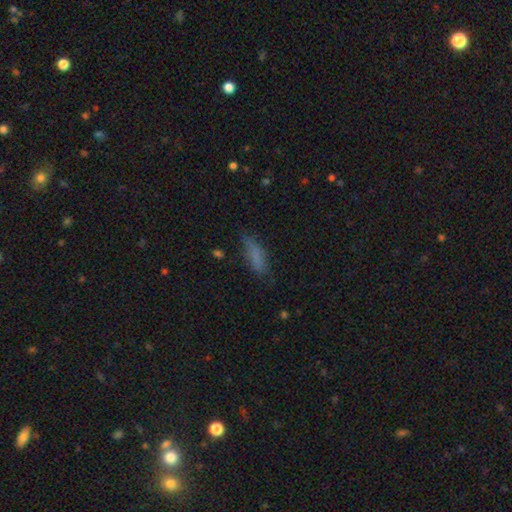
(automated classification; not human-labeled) smooth 76%, featured or disk 13%, star or artifact 11%. Down the decision tree: how rounded — cigar-shaped (51%); merging — none (66%).